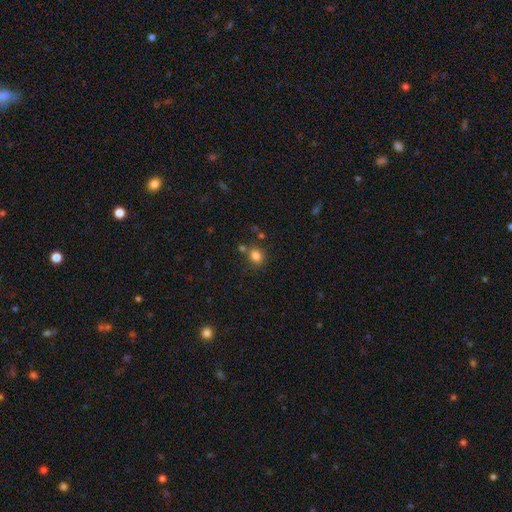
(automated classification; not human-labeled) Morphology: type=smooth (82%); roundness=round (56%); merging=none (71%).